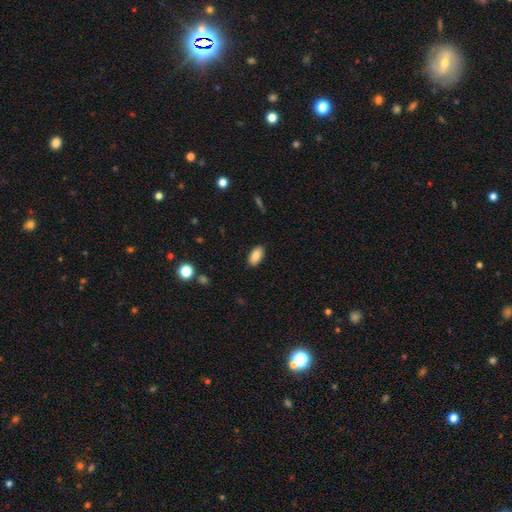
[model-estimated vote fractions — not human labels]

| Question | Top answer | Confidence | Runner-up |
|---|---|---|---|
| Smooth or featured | smooth | 87% | star or artifact (7%) |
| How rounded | in between | 94% | cigar-shaped (3%) |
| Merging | none | 88% | minor disturbance (8%) |